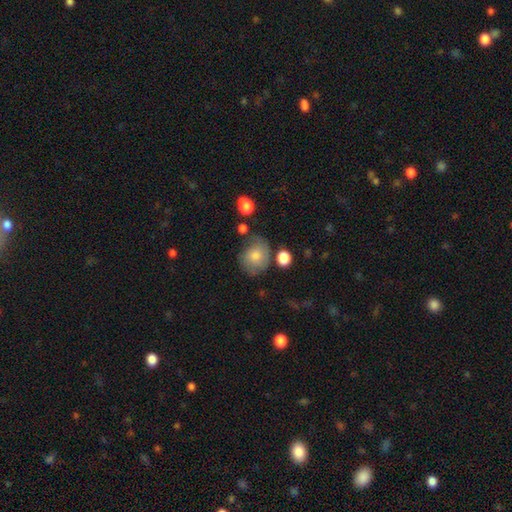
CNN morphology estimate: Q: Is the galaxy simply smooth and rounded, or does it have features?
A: smooth — 74%.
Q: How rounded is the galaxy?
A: round — 64%.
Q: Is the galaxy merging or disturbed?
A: none — 55%.